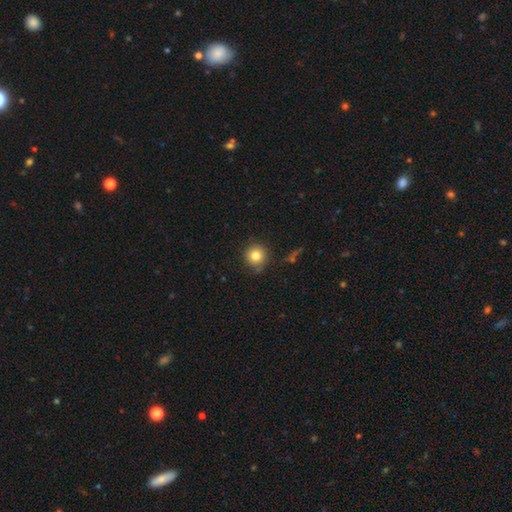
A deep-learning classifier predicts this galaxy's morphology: Overall: smooth (81%). How rounded: round (94%). Merging: none (83%).